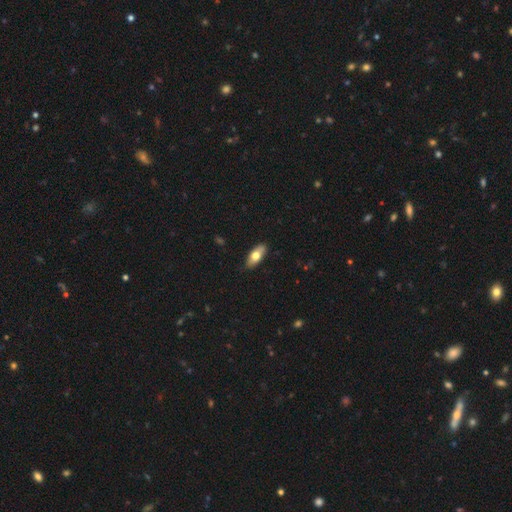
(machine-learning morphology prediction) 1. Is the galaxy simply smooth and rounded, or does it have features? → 68% smooth, 27% featured or disk, 6% star or artifact.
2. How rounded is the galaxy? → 80% in between, 17% cigar-shaped, 3% round.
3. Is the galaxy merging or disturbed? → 88% none, 10% minor disturbance, 2% major disturbance, 1% merger.